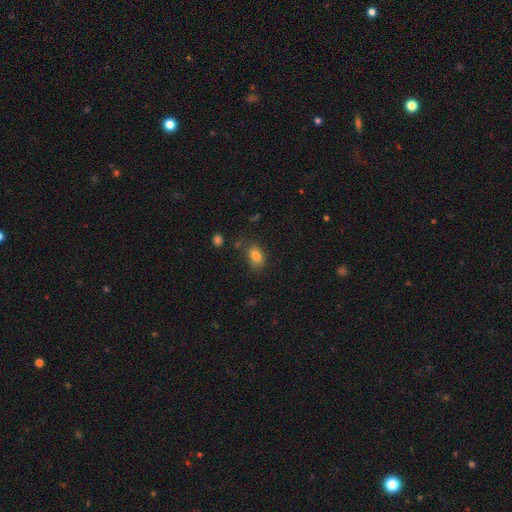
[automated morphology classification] Overall: smooth (82%). How rounded: in between (85%). Merging: none (73%).